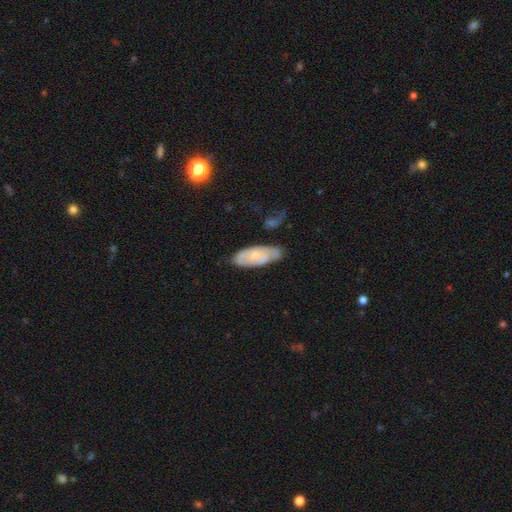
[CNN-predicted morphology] Smooth or featured?
  - smooth: 47% *
  - featured or disk: 46%
  - star or artifact: 7%
Merging?
  - none: 66% *
  - minor disturbance: 25%
  - major disturbance: 6%
  - merger: 3%